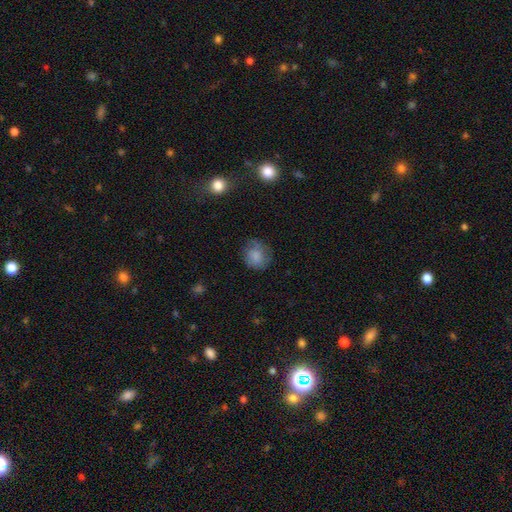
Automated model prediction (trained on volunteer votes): Overall: smooth (79%). How rounded: round (77%). Merging: none (65%).